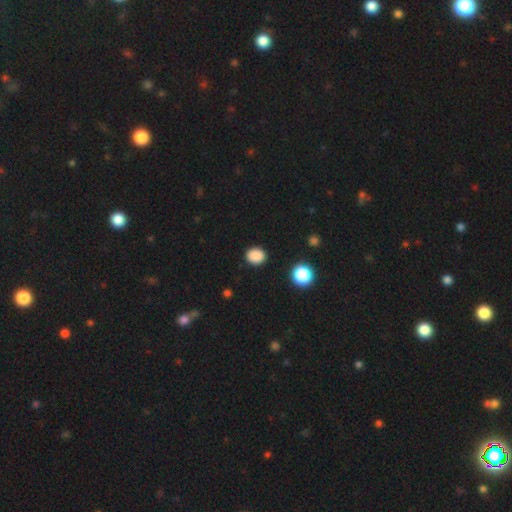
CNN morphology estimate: smooth 87%, star or artifact 10%, featured or disk 3%. Down the decision tree: how rounded — round (57%); merging — none (90%).